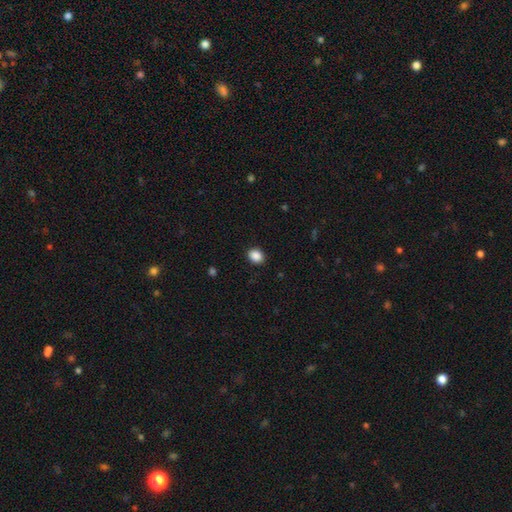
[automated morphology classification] This is clearly a smooth galaxy (89%). How rounded: possibly round (52%). Merging: clearly none (90%).